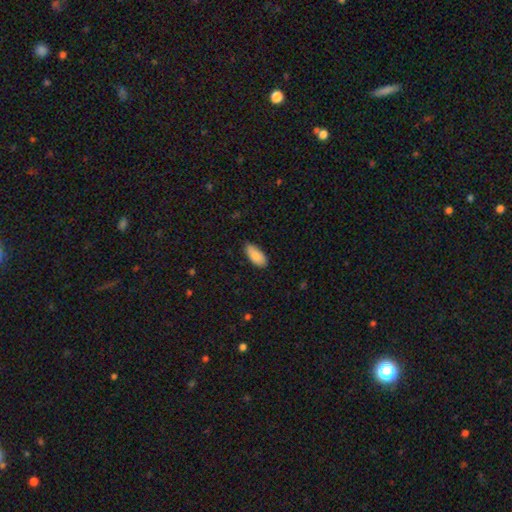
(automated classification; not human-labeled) smooth 88%, star or artifact 6%, featured or disk 6%. Down the decision tree: how rounded — in between (90%); merging — none (76%).